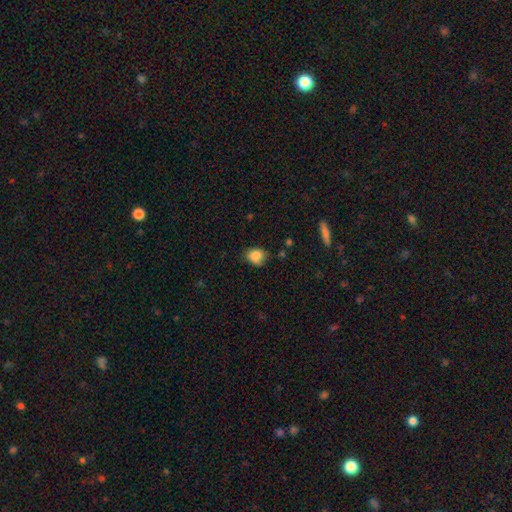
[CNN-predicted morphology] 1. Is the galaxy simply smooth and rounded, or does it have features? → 82% smooth, 9% star or artifact, 9% featured or disk.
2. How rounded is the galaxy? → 50% round, 49% in between, 1% cigar-shaped.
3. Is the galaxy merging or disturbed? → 58% none, 32% minor disturbance, 7% major disturbance, 3% merger.